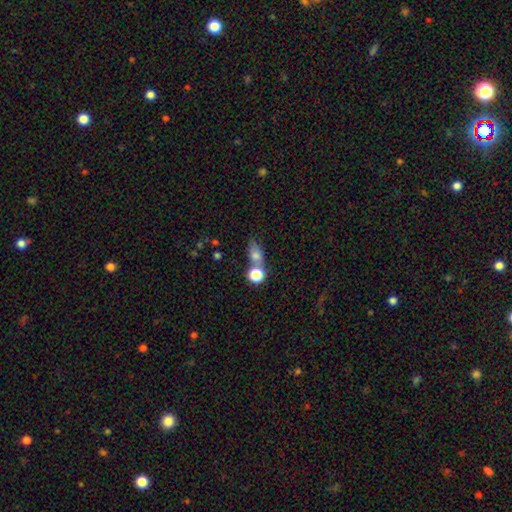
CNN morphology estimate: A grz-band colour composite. It shows a smooth galaxy with no disk features (71%) that is in between round and cigar-shaped (53%). Merging: none (42%).